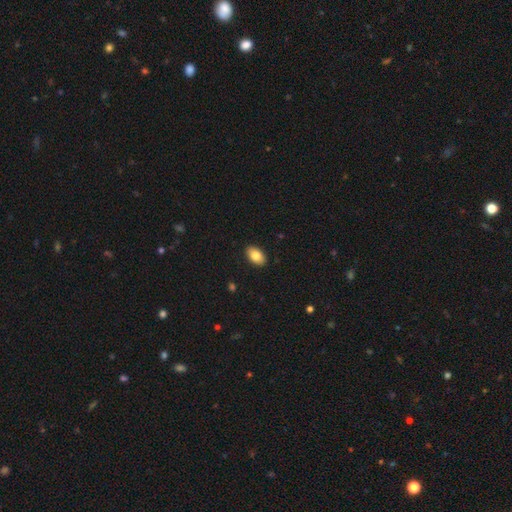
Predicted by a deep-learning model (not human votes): Smooth or featured? smooth (82%)
How rounded? in between (92%)
Merging? none (90%)